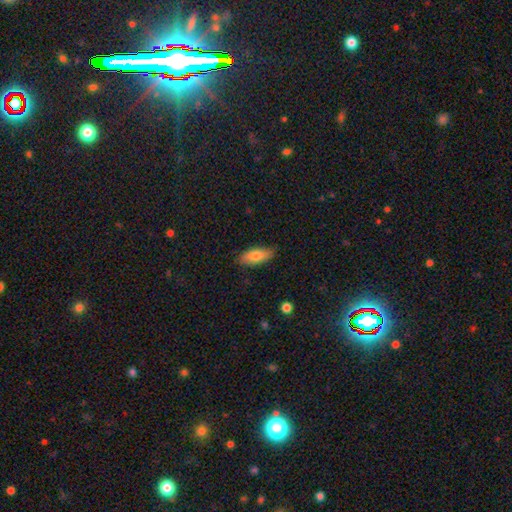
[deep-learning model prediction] This is likely a smooth galaxy (75%). How rounded: likely in between (76%). Merging: clearly none (82%).